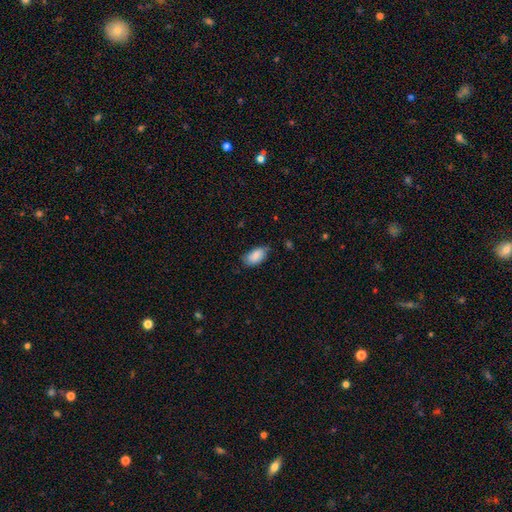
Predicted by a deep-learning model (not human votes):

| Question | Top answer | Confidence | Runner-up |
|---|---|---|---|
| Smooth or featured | smooth | 85% | featured or disk (8%) |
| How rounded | in between | 94% | round (4%) |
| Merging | none | 68% | minor disturbance (26%) |